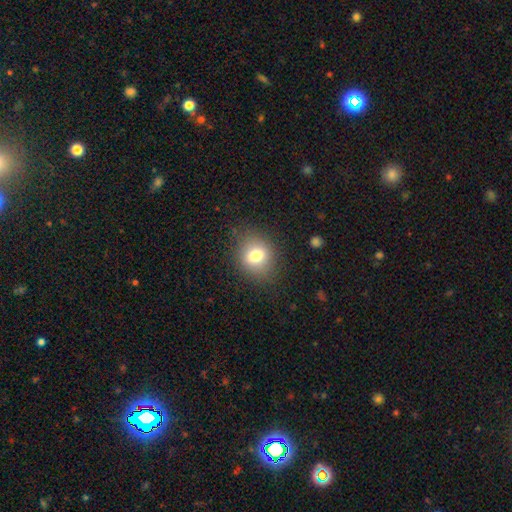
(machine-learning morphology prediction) This appears to be a smooth galaxy with no disk features (75%) that is round (62%). Merging: none (84%).